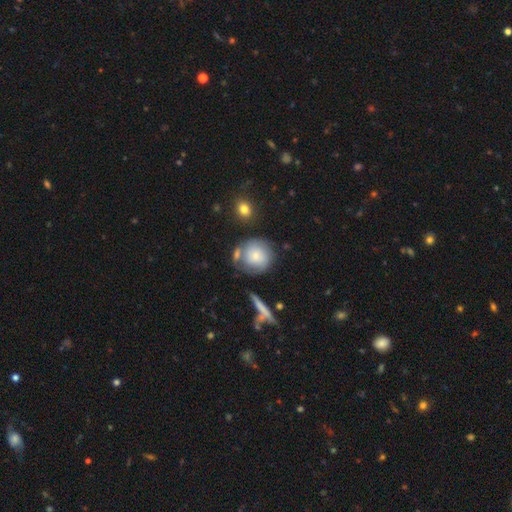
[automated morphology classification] Overall: smooth (62%; featured or disk 29%). How rounded: round (89%). Merging: none (59%).